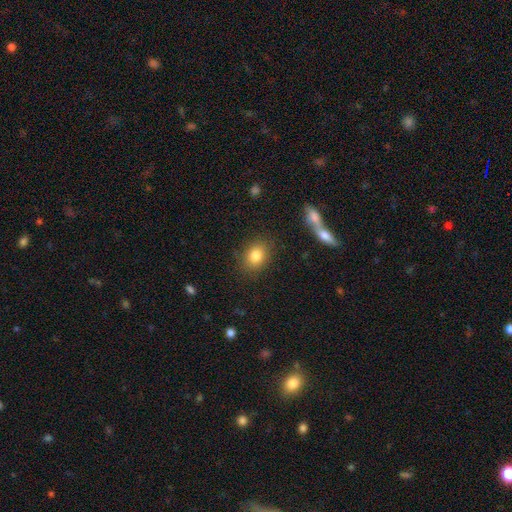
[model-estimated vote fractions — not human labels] This is clearly a smooth galaxy (82%). How rounded: possibly in between (54%). Merging: clearly none (83%).